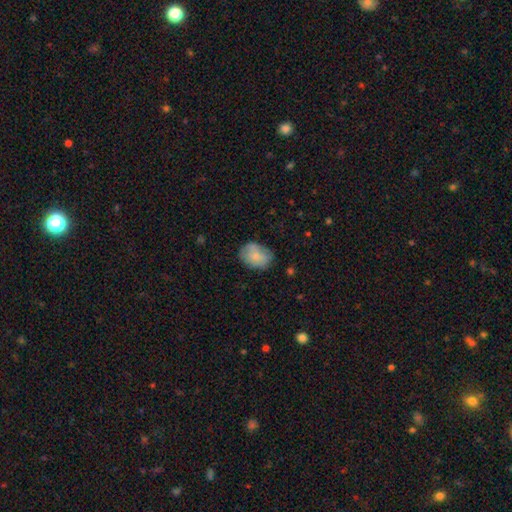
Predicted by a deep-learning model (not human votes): smooth-or-featured: smooth: 77% | featured or disk: 16% | star or artifact: 7%
  how-rounded: in between: 65% | round: 34% | cigar-shaped: 1%
  merging: none: 62% | minor disturbance: 28% | major disturbance: 8% | merger: 2%